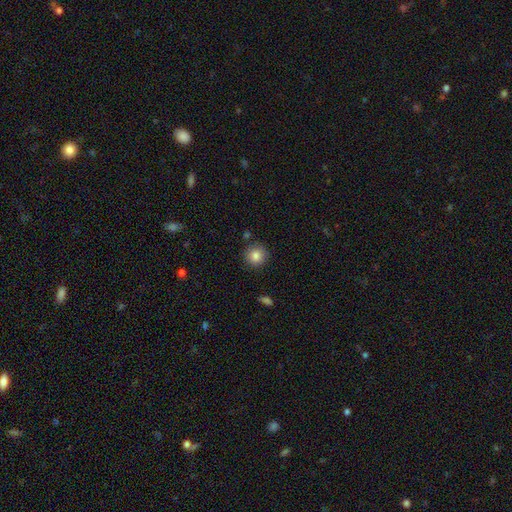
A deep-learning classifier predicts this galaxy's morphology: type=smooth (84%); roundness=round (93%); merging=none (87%).